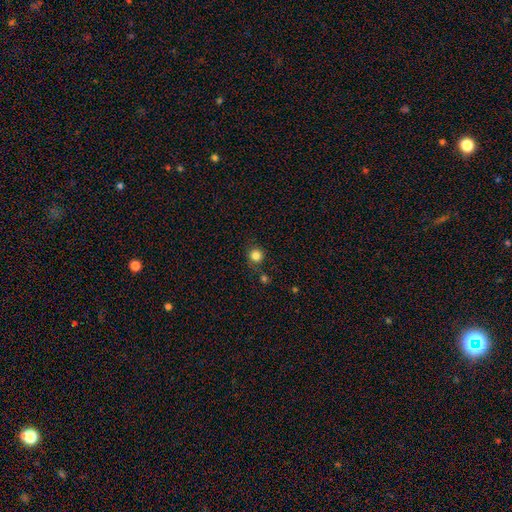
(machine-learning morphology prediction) This appears to be a smooth galaxy with no disk features (83%) that is round (94%). Merging: none (82%).